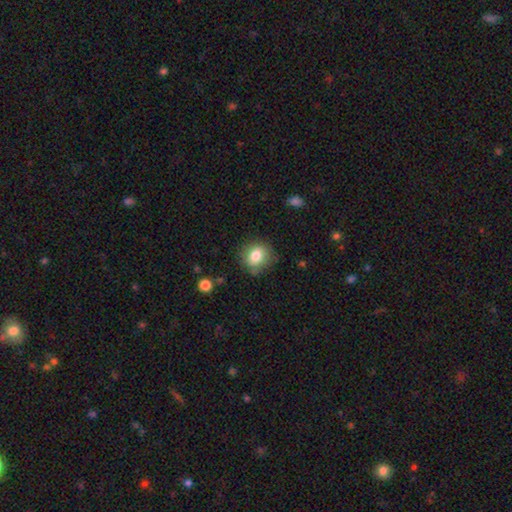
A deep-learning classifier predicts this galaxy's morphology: The model was most divided on "how rounded": round: 70%, in between: 29%, cigar-shaped: 1%. More confident: smooth or featured — smooth (80%); merging — none (76%).